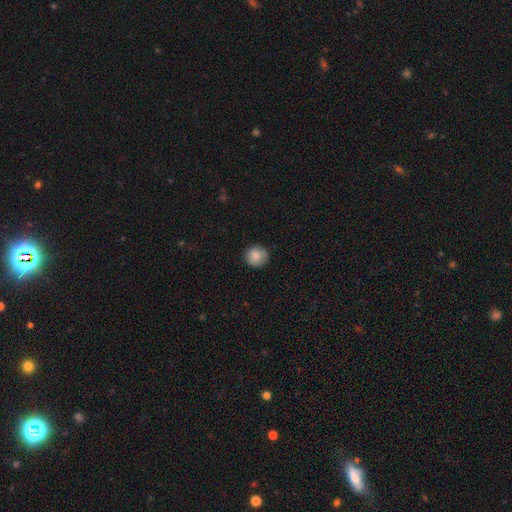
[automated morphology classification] Smooth or featured? smooth (86%)
How rounded? round (90%)
Merging? none (84%)